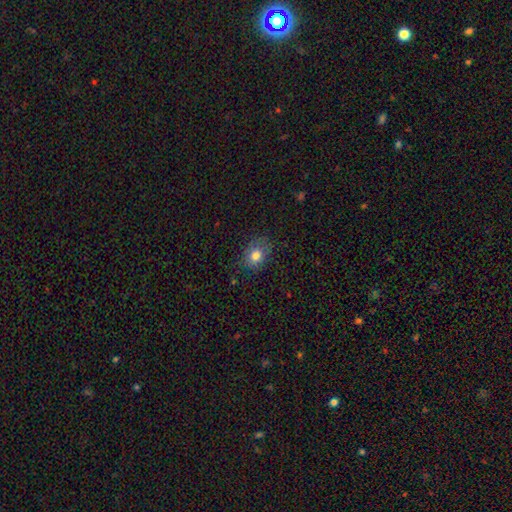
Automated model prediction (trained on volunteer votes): smooth 79%, star or artifact 10%, featured or disk 10%. Down the decision tree: how rounded — in between (57%); merging — none (71%).